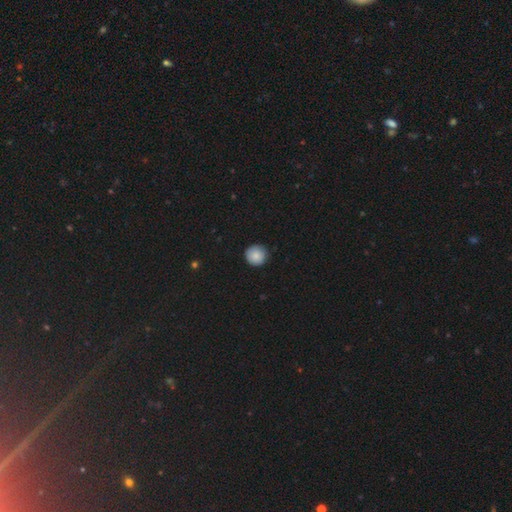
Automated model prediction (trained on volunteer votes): Smooth or featured? smooth (87%)
How rounded? round (95%)
Merging? none (89%)